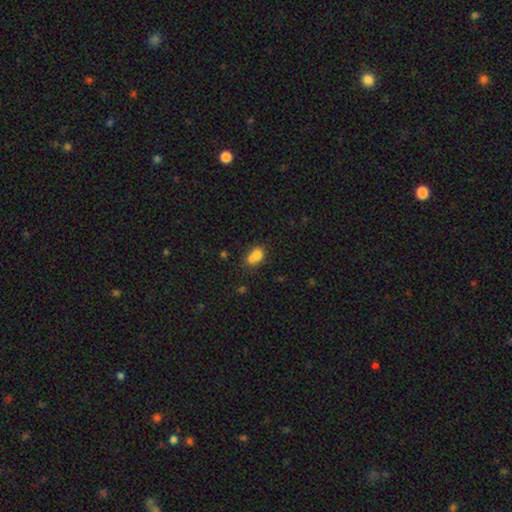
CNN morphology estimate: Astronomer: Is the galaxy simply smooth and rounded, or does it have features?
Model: smooth — 73%.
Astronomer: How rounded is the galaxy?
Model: round — 51% (runner-up: in between, 48%).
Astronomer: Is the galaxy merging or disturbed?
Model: merger — 60%.